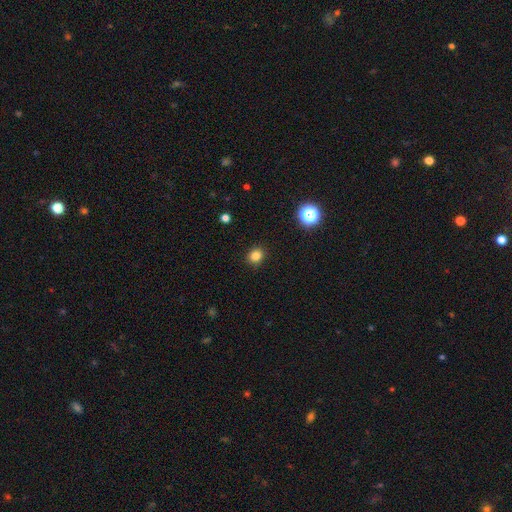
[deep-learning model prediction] A smooth galaxy with no disk features (82%) that is round (74%).

Vote fractions:
- Smooth or featured? smooth: 82% / star or artifact: 14% / featured or disk: 4%
- How rounded? round: 74% / in between: 25% / cigar-shaped: 1%
- Merging? none: 90% / minor disturbance: 7% / major disturbance: 2% / merger: 1%